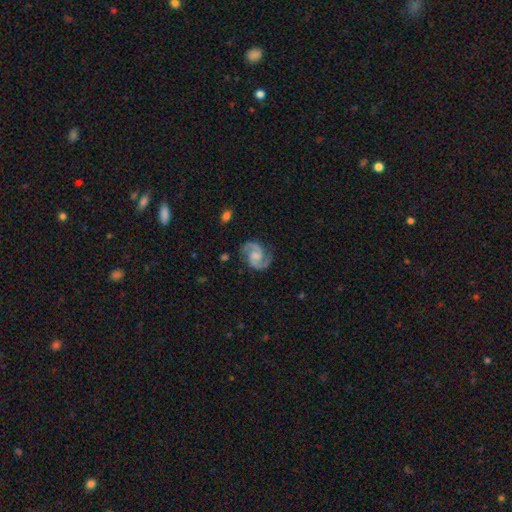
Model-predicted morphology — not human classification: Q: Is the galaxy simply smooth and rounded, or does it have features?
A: featured or disk — 91%.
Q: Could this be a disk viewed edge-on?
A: no — 98%.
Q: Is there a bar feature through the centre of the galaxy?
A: no — 45%, tied with weak.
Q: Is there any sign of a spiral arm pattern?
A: yes — 98%.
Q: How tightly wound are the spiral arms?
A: medium — 61%.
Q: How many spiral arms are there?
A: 2 — 94%.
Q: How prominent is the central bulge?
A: moderate — 32%, tied with small.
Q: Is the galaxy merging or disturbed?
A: none — 80%.